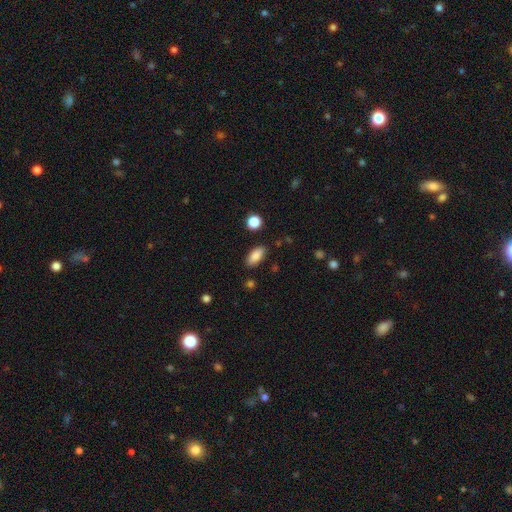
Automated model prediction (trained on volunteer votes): Smooth or featured? Predicted: smooth (p=0.85). How rounded? Predicted: in between (p=0.86). Merging? Predicted: none (p=0.87).